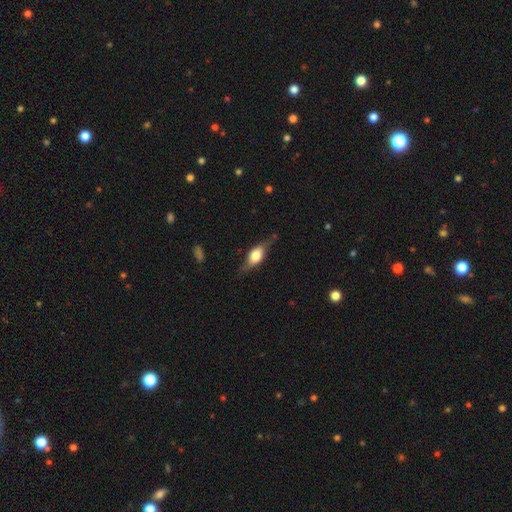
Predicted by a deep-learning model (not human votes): Smooth or featured?
  - smooth: 48% *
  - featured or disk: 45%
  - star or artifact: 7%
Merging?
  - none: 66% *
  - minor disturbance: 23%
  - major disturbance: 9%
  - merger: 2%